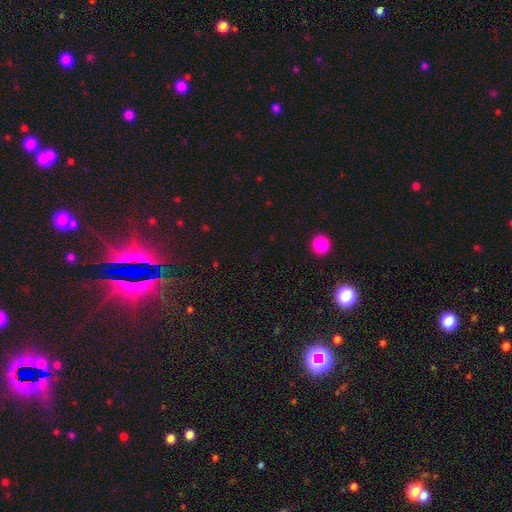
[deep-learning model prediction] Smooth or featured? star or artifact (58%)